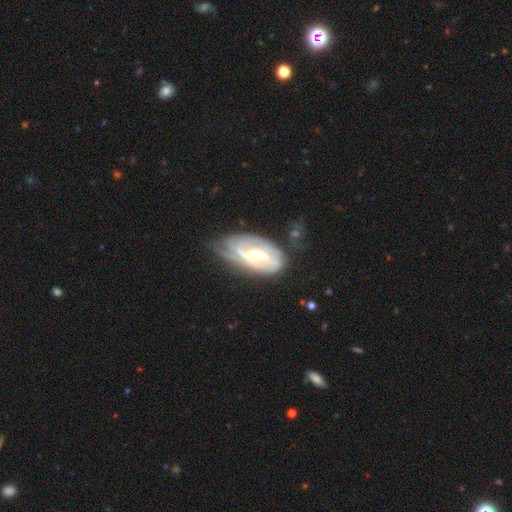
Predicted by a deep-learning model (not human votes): A featured or disk galaxy (84%) with a weak bar (48%), 2 (54%) medium (41%) spiral arms (93%) and a moderate central bulge (60%). Merging: none (58%).